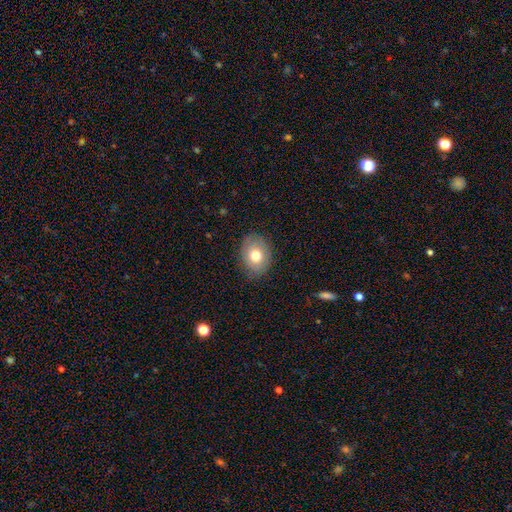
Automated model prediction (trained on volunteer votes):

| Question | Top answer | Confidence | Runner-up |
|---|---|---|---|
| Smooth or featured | smooth | 74% | featured or disk (18%) |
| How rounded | in between | 65% | round (34%) |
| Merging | none | 82% | minor disturbance (14%) |